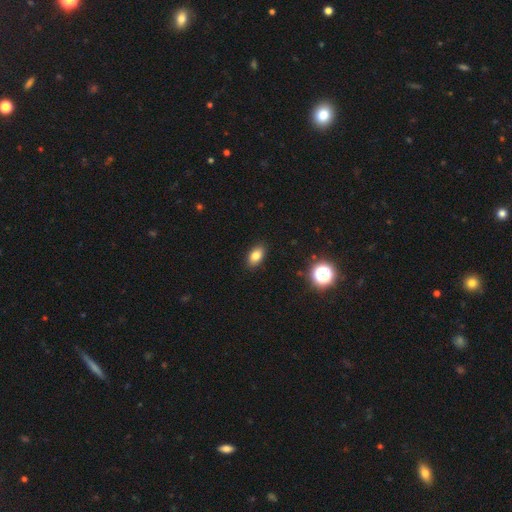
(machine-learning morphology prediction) This is clearly a smooth galaxy (81%). How rounded: clearly in between (89%). Merging: clearly none (89%).